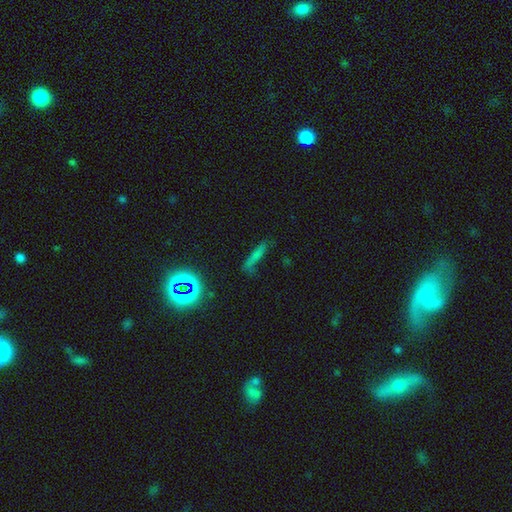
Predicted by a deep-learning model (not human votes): Smooth or featured?
  - smooth: 56% *
  - featured or disk: 23%
  - star or artifact: 21%
How rounded?
  - cigar-shaped: 83% *
  - in between: 13%
  - round: 4%
Merging?
  - none: 61% *
  - minor disturbance: 24%
  - major disturbance: 10%
  - merger: 5%